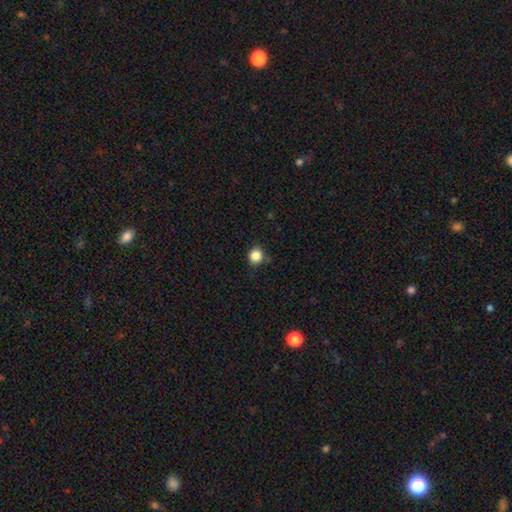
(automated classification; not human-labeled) Smooth or featured? Predicted: smooth (p=0.85). How rounded? Predicted: round (p=0.89). Merging? Predicted: none (p=0.85).